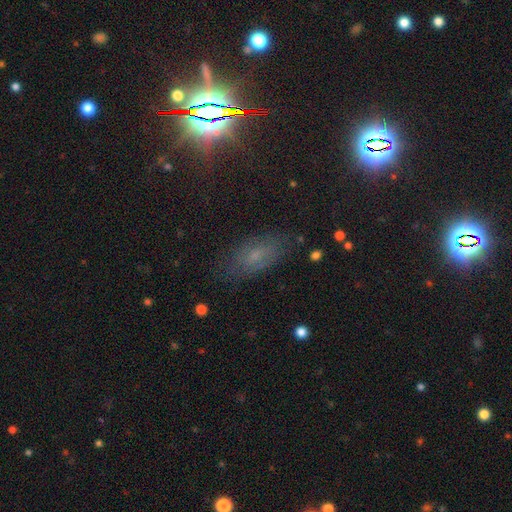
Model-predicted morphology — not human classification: Smooth or featured: smooth — 41% (star or artifact — 31%)
Merging: none — 74% (minor disturbance — 17%)